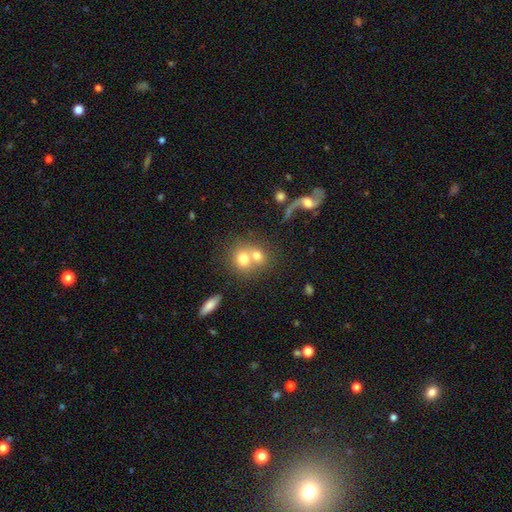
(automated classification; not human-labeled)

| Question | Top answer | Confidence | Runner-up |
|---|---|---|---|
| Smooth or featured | smooth | 59% | featured or disk (27%) |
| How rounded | round | 76% | in between (22%) |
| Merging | merger | 54% | none (33%) |